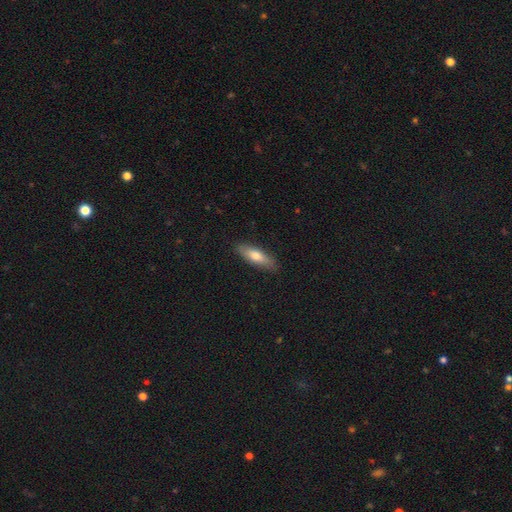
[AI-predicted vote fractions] smooth 70%, featured or disk 24%, star or artifact 6%. Down the decision tree: how rounded — cigar-shaped (54%); merging — none (87%).